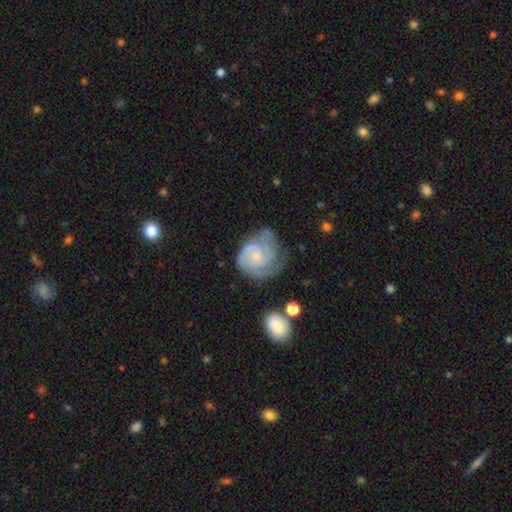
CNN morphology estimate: featured or disk 80%, smooth 15%, star or artifact 5%. Down the decision tree: edge-on disk — no (98%); bar — no (71%); spiral arms — yes (94%); spiral arm count — 2 (34%); spiral winding — tight (55%); bulge size — small (73%); merging — none (47%).